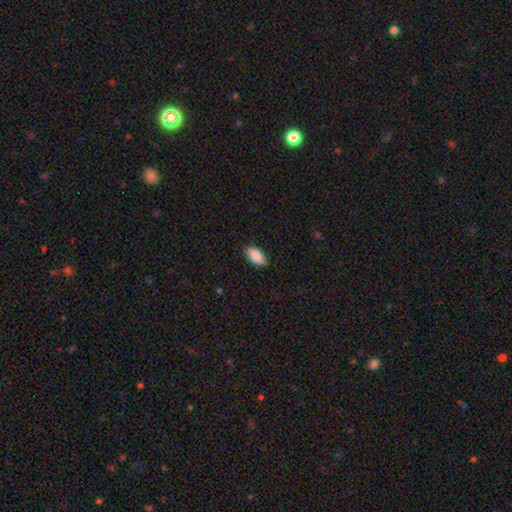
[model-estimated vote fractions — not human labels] The model was most divided on "merging": none: 86%, minor disturbance: 11%, major disturbance: 2%, merger: 1%. More confident: how rounded — in between (93%); smooth or featured — smooth (88%).